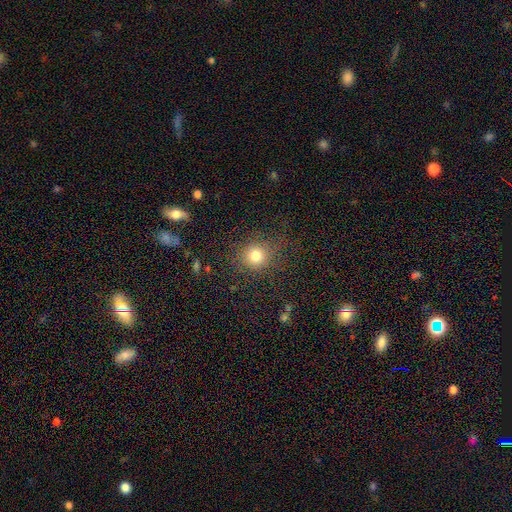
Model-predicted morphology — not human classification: smooth_or_featured: smooth (p=0.78) [alt: star or artifact p=0.14]
how_rounded: round (p=0.88) [alt: in between p=0.11]
merging: none (p=0.80) [alt: minor disturbance p=0.12]